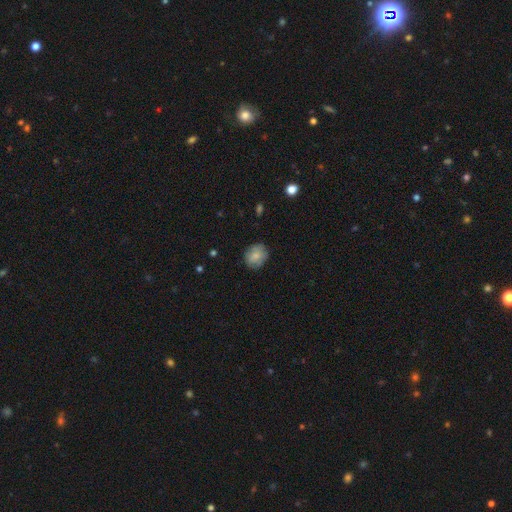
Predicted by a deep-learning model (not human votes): Q: Smooth or featured?
A: smooth (78%); runner-up: featured or disk (14%)
Q: How rounded?
A: round (69%); runner-up: in between (30%)
Q: Merging?
A: none (80%); runner-up: minor disturbance (15%)